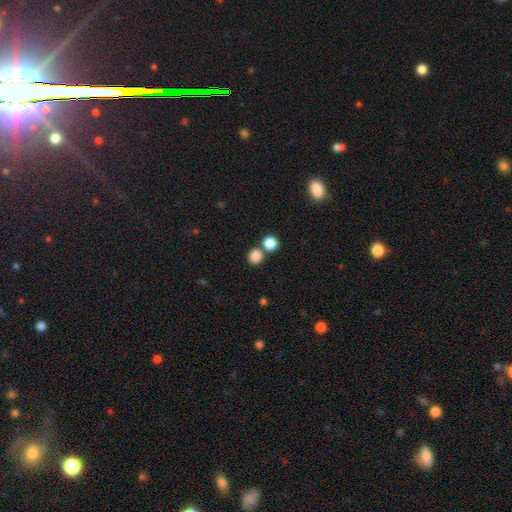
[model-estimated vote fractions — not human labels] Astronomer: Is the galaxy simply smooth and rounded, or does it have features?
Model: smooth — 85%.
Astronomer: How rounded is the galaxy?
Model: round — 84%.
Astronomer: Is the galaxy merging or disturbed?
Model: none — 65%.